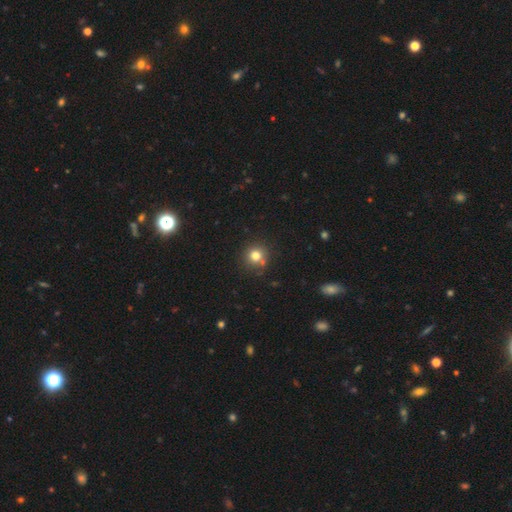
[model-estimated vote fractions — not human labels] smooth-or-featured: smooth: 78% | star or artifact: 14% | featured or disk: 8%
  how-rounded: round: 92% | in between: 7% | cigar-shaped: 1%
  merging: none: 78% | minor disturbance: 10% | merger: 8% | major disturbance: 3%